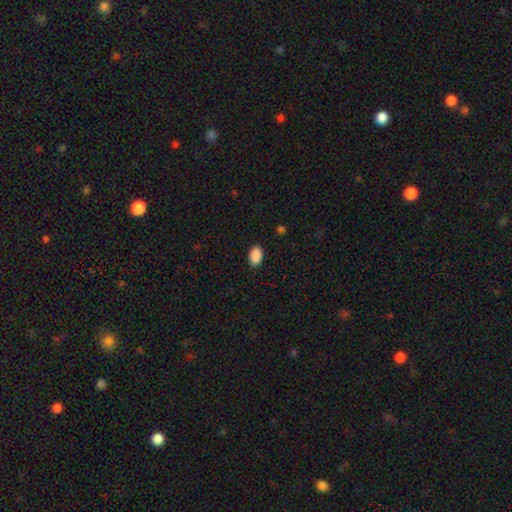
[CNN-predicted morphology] Overall: smooth (90%). How rounded: in between (92%). Merging: none (89%).